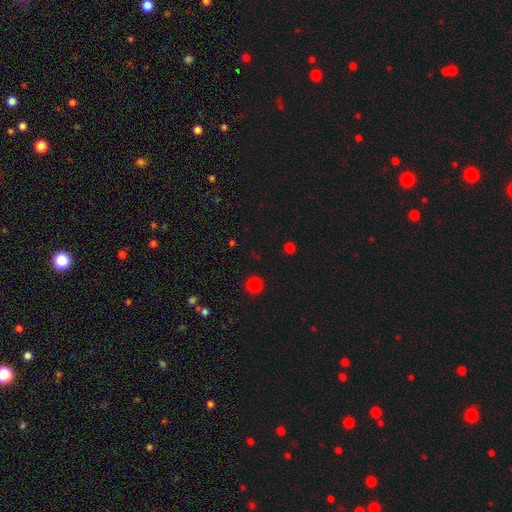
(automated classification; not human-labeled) Morphology: type=smooth (65%); roundness=round (90%); merging=none (89%).